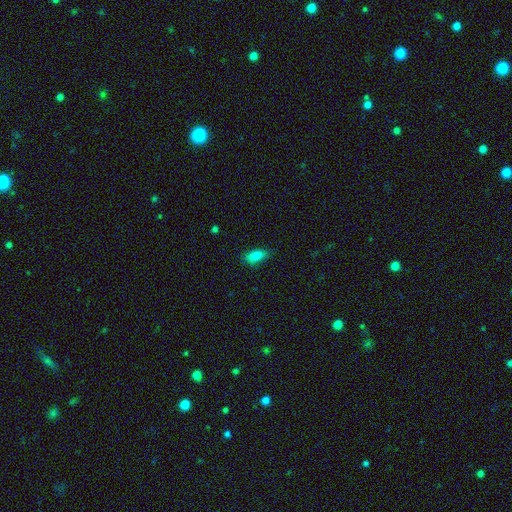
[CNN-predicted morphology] Smooth or featured? smooth (83%)
How rounded? in between (82%)
Merging? none (79%)